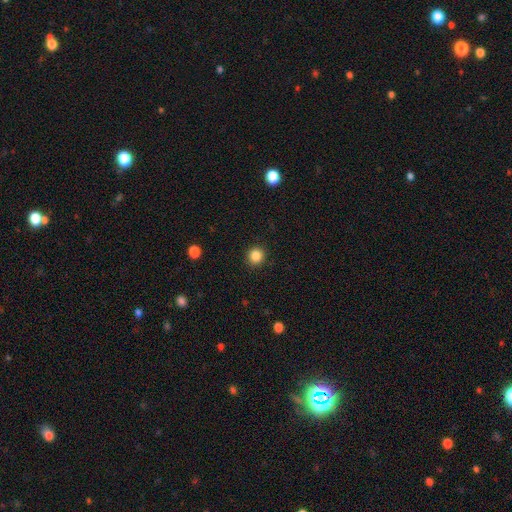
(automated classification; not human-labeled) Smooth or featured?
  - smooth: 85% *
  - star or artifact: 11%
  - featured or disk: 4%
How rounded?
  - round: 92% *
  - in between: 7%
  - cigar-shaped: 1%
Merging?
  - none: 92% *
  - minor disturbance: 5%
  - major disturbance: 2%
  - merger: 1%